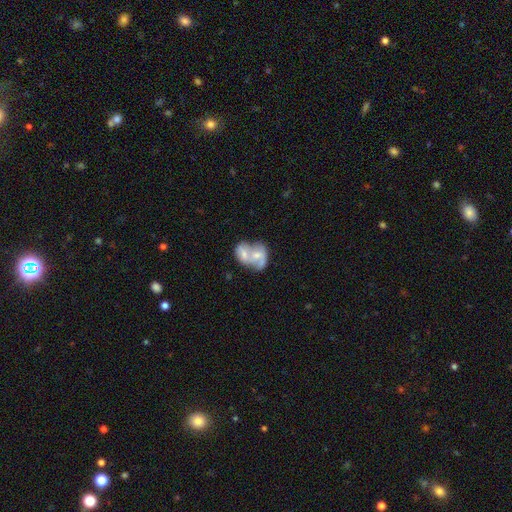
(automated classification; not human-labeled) Q: Smooth or featured?
A: featured or disk (48%); runner-up: smooth (45%)
Q: Merging?
A: merger (74%); runner-up: none (13%)